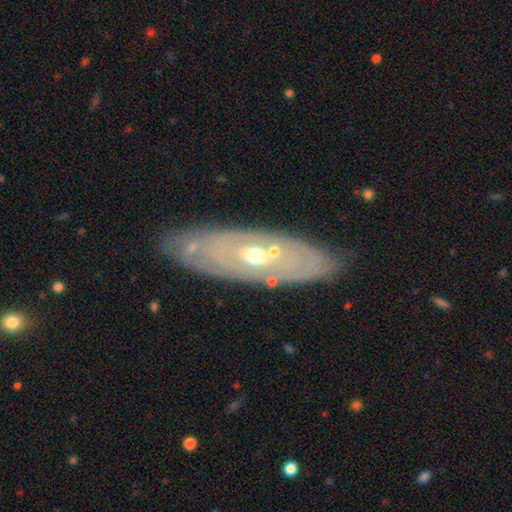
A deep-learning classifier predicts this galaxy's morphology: featured or disk 74%, smooth 21%, star or artifact 6%. Down the decision tree: edge-on disk — no (81%); bar — no (85%); spiral arms — no (62%); bulge size — moderate (64%); merging — none (74%).